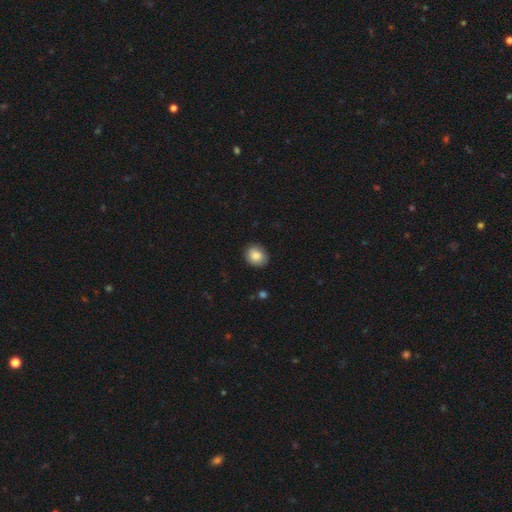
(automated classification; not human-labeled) Q: Smooth or featured?
A: smooth (85%); runner-up: featured or disk (8%)
Q: How rounded?
A: round (52%); runner-up: in between (47%)
Q: Merging?
A: none (85%); runner-up: minor disturbance (12%)